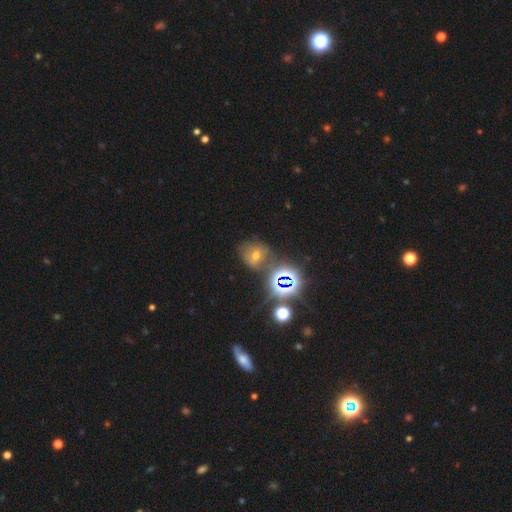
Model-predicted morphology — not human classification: smooth_or_featured: star or artifact (p=0.39) [alt: smooth p=0.35]